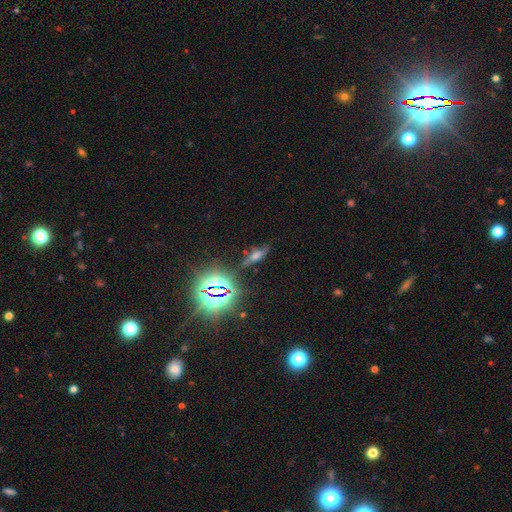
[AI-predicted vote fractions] This appears to be a smooth galaxy with no disk features (38%). Merging: none (72%).